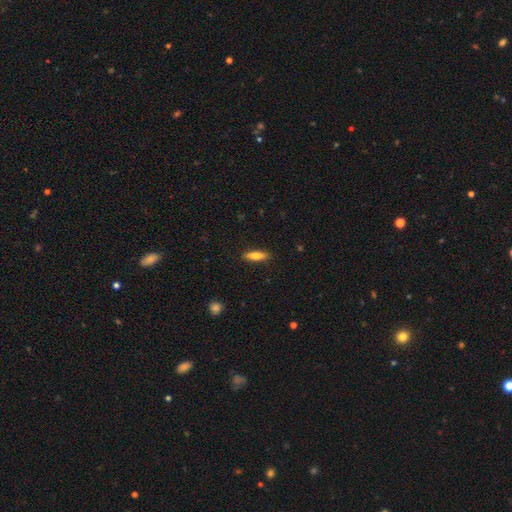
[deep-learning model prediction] Morphology: type=smooth (78%); roundness=cigar-shaped (53%); merging=none (88%).